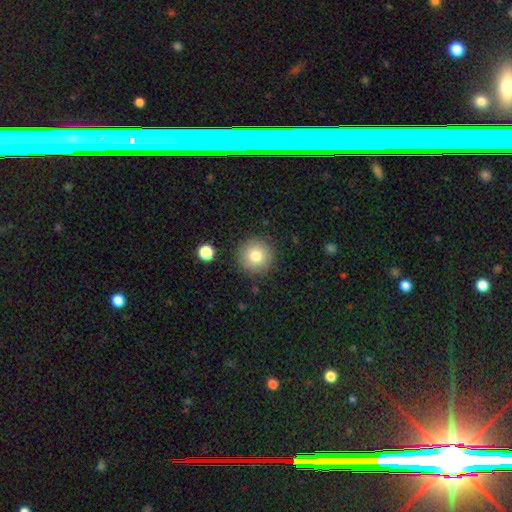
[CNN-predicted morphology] Q: Smooth or featured?
A: smooth (79%); runner-up: star or artifact (10%)
Q: How rounded?
A: round (96%); runner-up: in between (3%)
Q: Merging?
A: none (88%); runner-up: minor disturbance (7%)